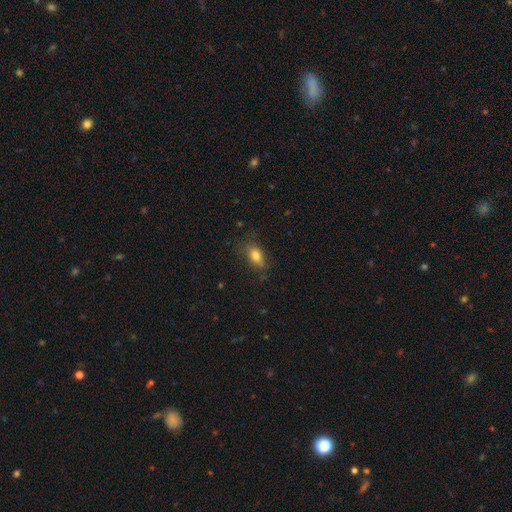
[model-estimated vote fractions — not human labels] Smooth or featured?
  - smooth: 80% *
  - featured or disk: 10%
  - star or artifact: 10%
How rounded?
  - in between: 82% *
  - round: 13%
  - cigar-shaped: 5%
Merging?
  - none: 73% *
  - minor disturbance: 19%
  - major disturbance: 6%
  - merger: 1%